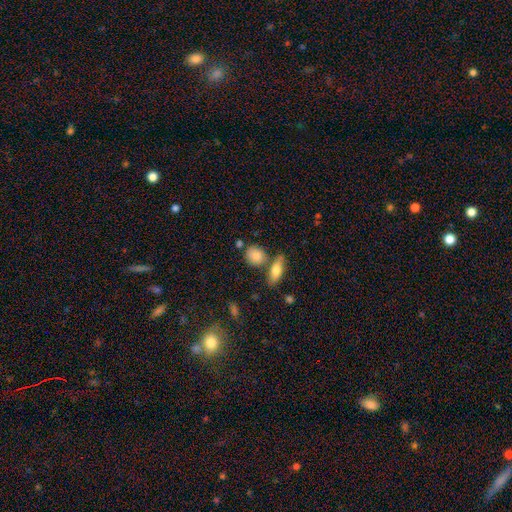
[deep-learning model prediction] Smooth or featured?
  - smooth: 85% *
  - featured or disk: 8%
  - star or artifact: 7%
How rounded?
  - round: 64% *
  - in between: 33%
  - cigar-shaped: 3%
Merging?
  - none: 63% *
  - merger: 18%
  - minor disturbance: 15%
  - major disturbance: 4%